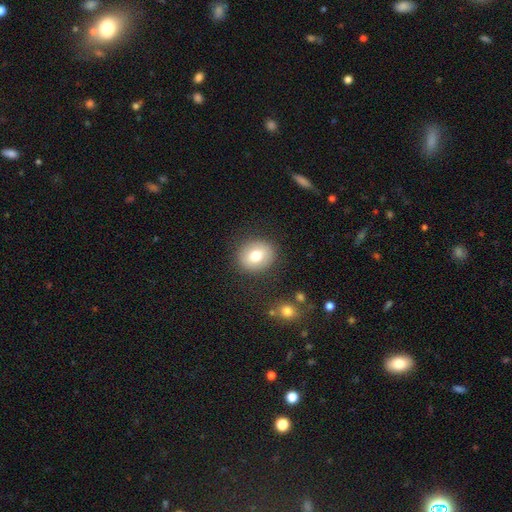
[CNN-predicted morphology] This appears to be a smooth galaxy with no disk features (75%) that is round (74%). Merging: none (87%).